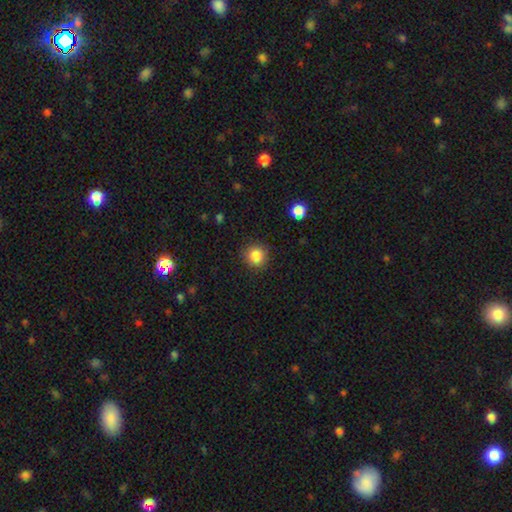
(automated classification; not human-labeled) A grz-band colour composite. It shows a smooth galaxy with no disk features (86%) that is round (89%). Merging: none (88%).